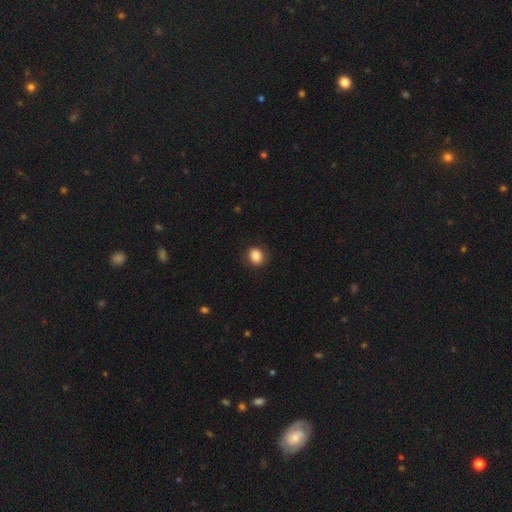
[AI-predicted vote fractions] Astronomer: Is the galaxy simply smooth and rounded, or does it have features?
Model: smooth — 86%.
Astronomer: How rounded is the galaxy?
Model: round — 75%.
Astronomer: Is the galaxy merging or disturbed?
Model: none — 86%.